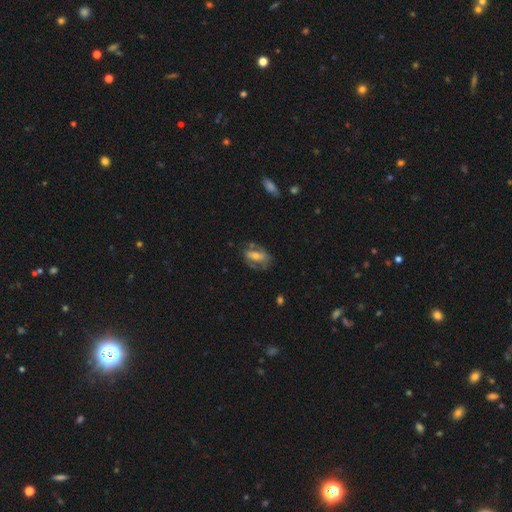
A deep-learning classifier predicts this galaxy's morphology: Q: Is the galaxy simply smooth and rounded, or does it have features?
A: featured or disk — 52%.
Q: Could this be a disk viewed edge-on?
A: no — 90%.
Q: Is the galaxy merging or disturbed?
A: none — 55%.